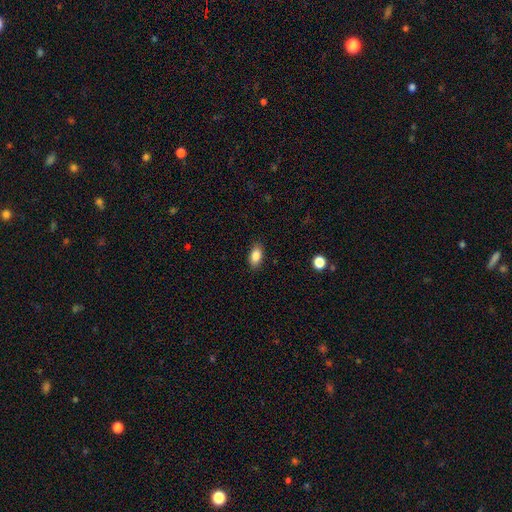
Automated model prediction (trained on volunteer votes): Smooth or featured? smooth (85%)
How rounded? in between (90%)
Merging? none (88%)